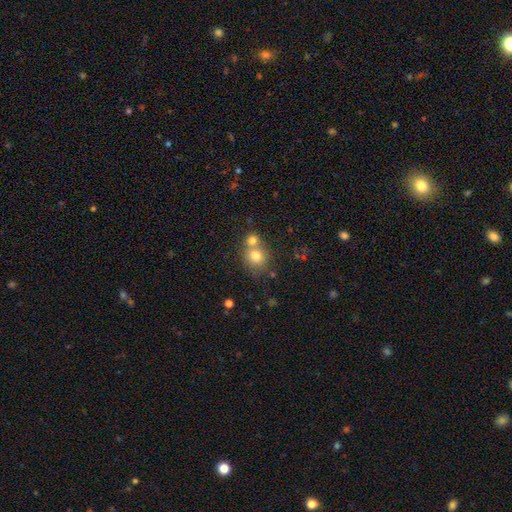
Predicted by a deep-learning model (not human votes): A smooth galaxy with no disk features (76%) that is round (76%).

Vote fractions:
- Smooth or featured? smooth: 76% / featured or disk: 13% / star or artifact: 12%
- How rounded? round: 76% / in between: 23% / cigar-shaped: 1%
- Merging? none: 45% / merger: 43% / minor disturbance: 8% / major disturbance: 3%